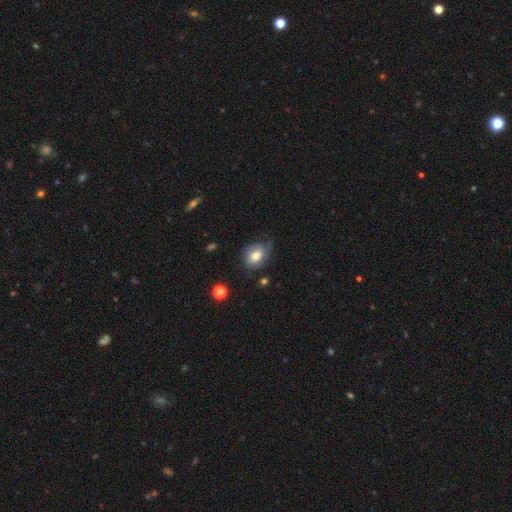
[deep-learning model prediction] smooth_or_featured: smooth (p=0.67) [alt: featured or disk p=0.25]
how_rounded: in between (p=0.69) [alt: round p=0.30]
merging: none (p=0.56) [alt: minor disturbance p=0.30]